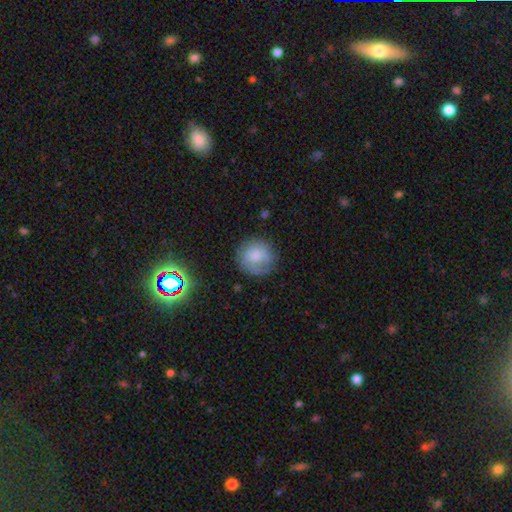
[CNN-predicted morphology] Q: Smooth or featured?
A: smooth (77%); runner-up: featured or disk (14%)
Q: How rounded?
A: round (92%); runner-up: in between (7%)
Q: Merging?
A: none (75%); runner-up: minor disturbance (17%)